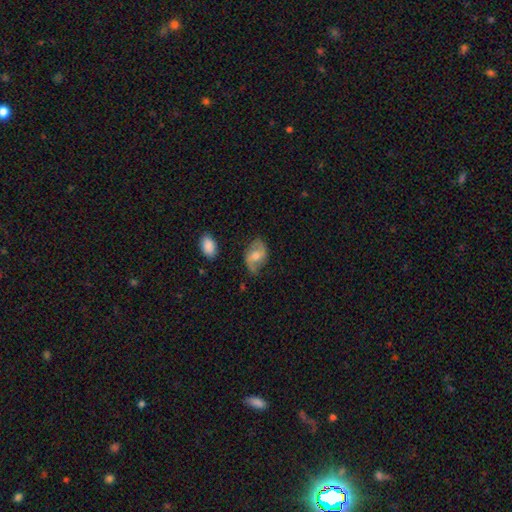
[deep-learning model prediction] Smooth or featured? Predicted: featured or disk (p=0.59). Edge-on disk? Predicted: no (p=0.96). Bar? Predicted: weak (p=0.46). Spiral arms? Predicted: yes (p=0.85). Bulge size? Predicted: moderate (p=0.63). Merging? Predicted: none (p=0.66).